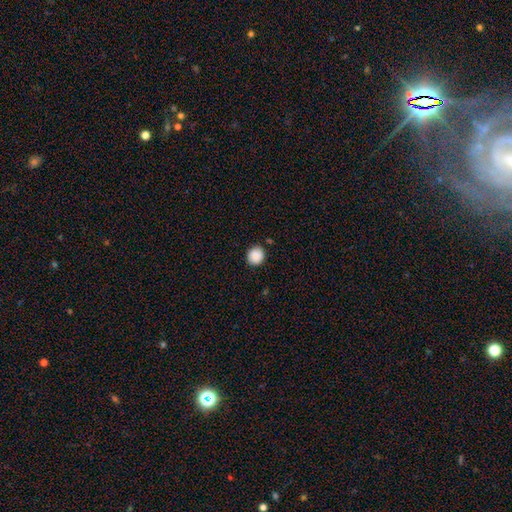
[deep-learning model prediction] This appears to be a smooth galaxy with no disk features (89%) that is round (87%). Merging: none (86%).